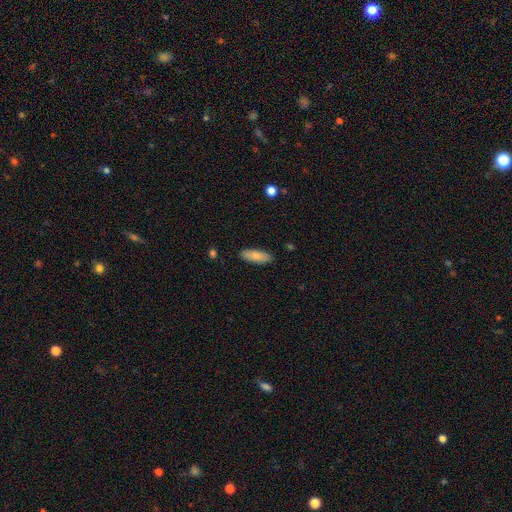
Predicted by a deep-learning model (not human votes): Smooth or featured?
  - smooth: 84% *
  - featured or disk: 10%
  - star or artifact: 6%
How rounded?
  - in between: 65% *
  - cigar-shaped: 34%
  - round: 2%
Merging?
  - none: 88% *
  - minor disturbance: 9%
  - major disturbance: 2%
  - merger: 1%